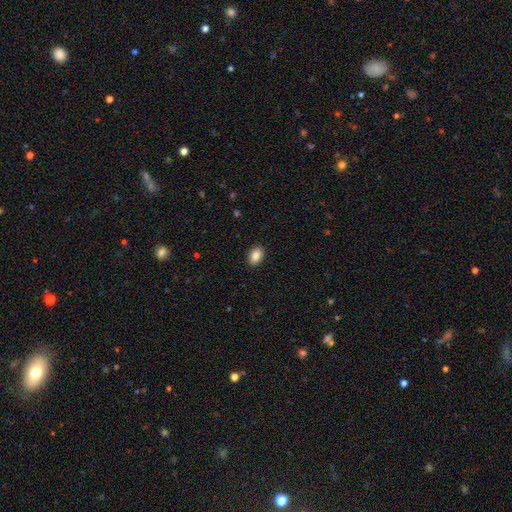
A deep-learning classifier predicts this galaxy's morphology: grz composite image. It shows a smooth galaxy with no disk features (87%) that is in between round and cigar-shaped (82%). Merging: none (90%).